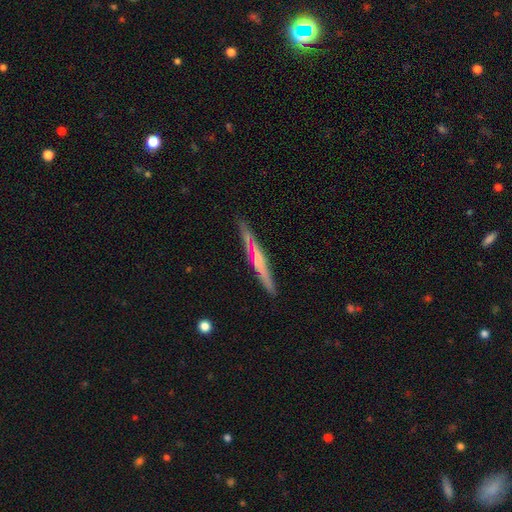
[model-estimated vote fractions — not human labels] This is likely a featured or disk galaxy (70%). It is clearly viewed edge-on (92%). Edge-on bulge: possibly rounded (53%). Merging: clearly none (82%).